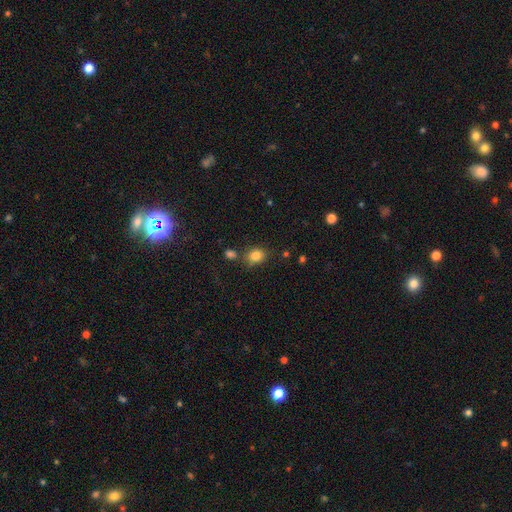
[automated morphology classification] A smooth galaxy with no disk features (83%) that is round (56%).

Vote fractions:
- Smooth or featured? smooth: 83% / star or artifact: 11% / featured or disk: 6%
- How rounded? round: 56% / in between: 42% / cigar-shaped: 1%
- Merging? none: 72% / minor disturbance: 15% / merger: 9% / major disturbance: 5%